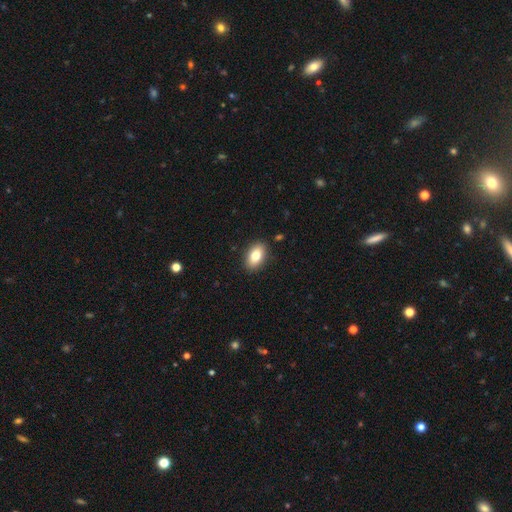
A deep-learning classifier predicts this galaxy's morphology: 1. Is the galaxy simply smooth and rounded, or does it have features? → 78% smooth, 15% featured or disk, 8% star or artifact.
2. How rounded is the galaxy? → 89% in between, 9% round, 3% cigar-shaped.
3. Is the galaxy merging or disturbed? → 88% none, 8% minor disturbance, 2% major disturbance, 1% merger.